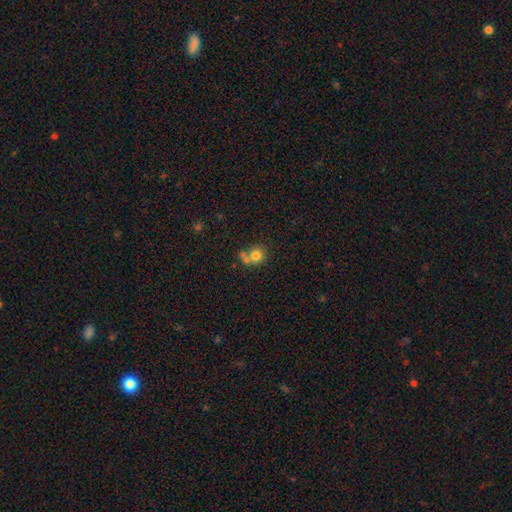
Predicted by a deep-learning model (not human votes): Smooth or featured?
  - smooth: 77% *
  - featured or disk: 11%
  - star or artifact: 11%
How rounded?
  - round: 85% *
  - in between: 14%
  - cigar-shaped: 1%
Merging?
  - none: 48% *
  - merger: 38%
  - minor disturbance: 10%
  - major disturbance: 5%